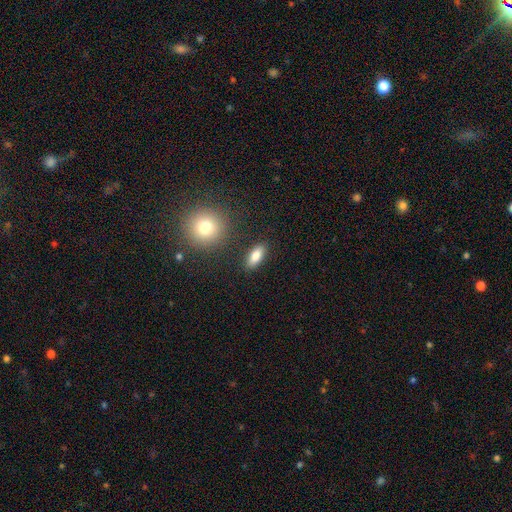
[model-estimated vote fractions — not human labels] Overall: smooth (83%). How rounded: in between (80%). Merging: none (86%).